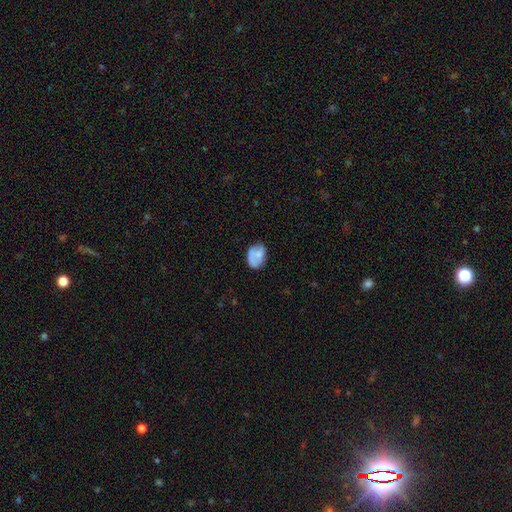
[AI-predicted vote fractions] This is likely a smooth galaxy (61%). How rounded: likely in between (77%). Merging: possibly none (51%).